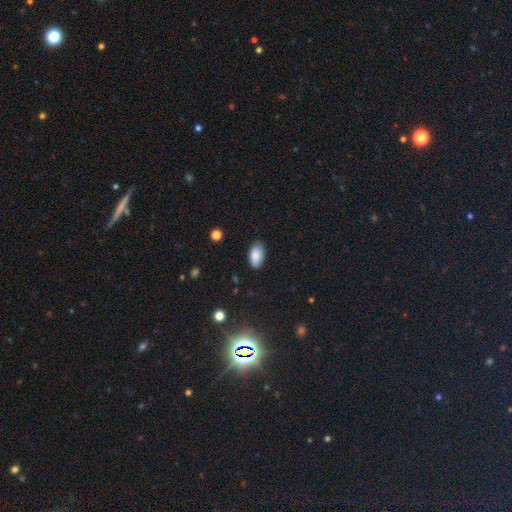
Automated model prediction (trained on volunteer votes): A smooth galaxy with no disk features (87%) that is in between round and cigar-shaped (94%).

Vote fractions:
- Smooth or featured? smooth: 87% / star or artifact: 8% / featured or disk: 6%
- How rounded? in between: 94% / round: 4% / cigar-shaped: 2%
- Merging? none: 84% / minor disturbance: 13% / major disturbance: 2% / merger: 1%